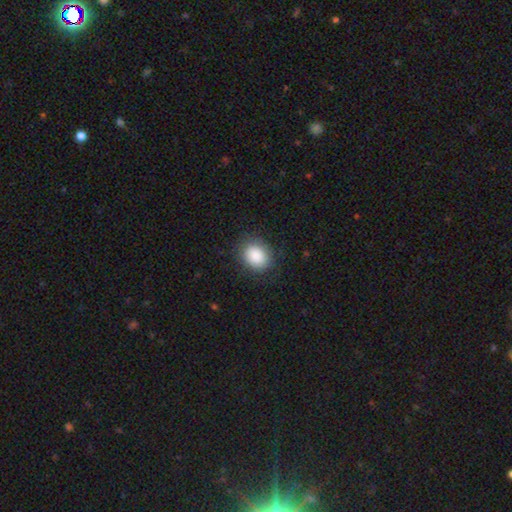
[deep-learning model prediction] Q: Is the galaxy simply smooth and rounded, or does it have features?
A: smooth — 87%.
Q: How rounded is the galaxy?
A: round — 53%.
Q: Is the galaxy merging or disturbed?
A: none — 84%.